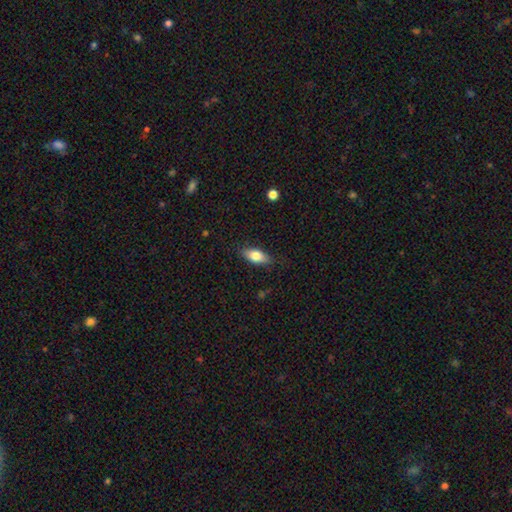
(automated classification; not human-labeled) The model was most divided on "smooth or featured": smooth: 75%, featured or disk: 18%, star or artifact: 7%. More confident: merging — none (84%); how rounded — in between (83%).